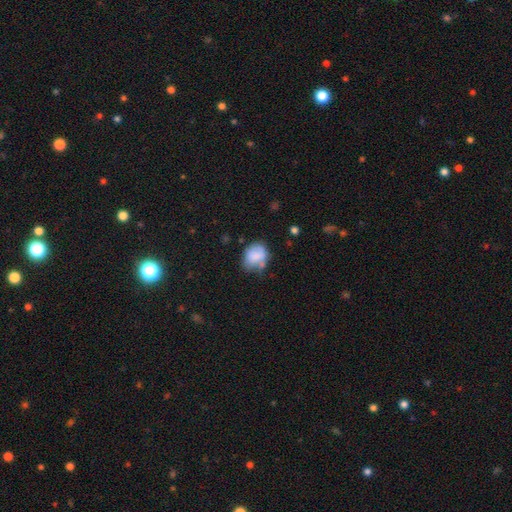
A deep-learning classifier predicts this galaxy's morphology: Overall: smooth (76%). How rounded: round (50%; in between 49%). Merging: none (43%; minor disturbance 32%).